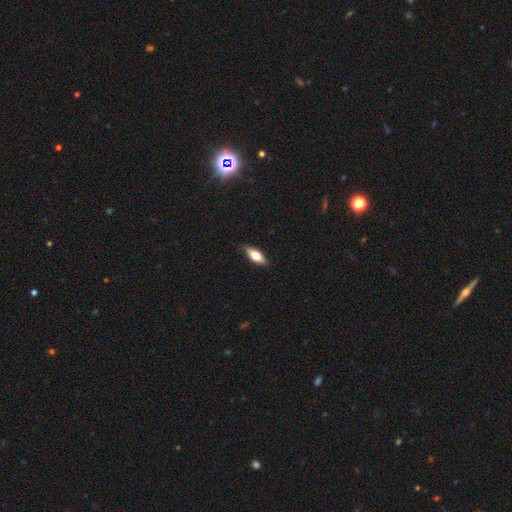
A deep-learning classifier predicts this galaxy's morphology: A smooth galaxy with no disk features (55%) that is in between round and cigar-shaped (69%).

Vote fractions:
- Smooth or featured? smooth: 55% / featured or disk: 38% / star or artifact: 7%
- How rounded? in between: 69% / cigar-shaped: 27% / round: 3%
- Merging? none: 86% / minor disturbance: 11% / major disturbance: 2% / merger: 1%